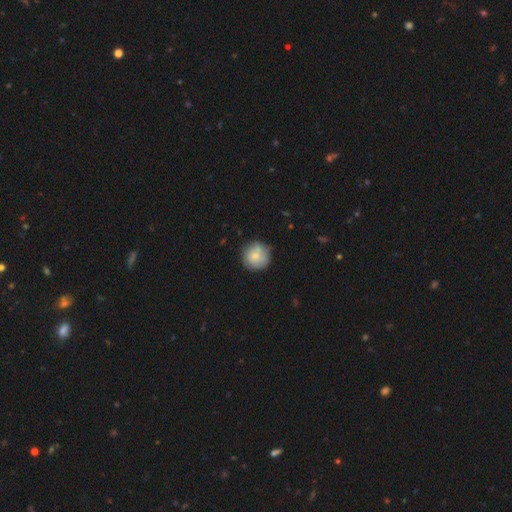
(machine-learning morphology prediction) Smooth or featured? smooth (74%)
How rounded? round (94%)
Merging? none (78%)